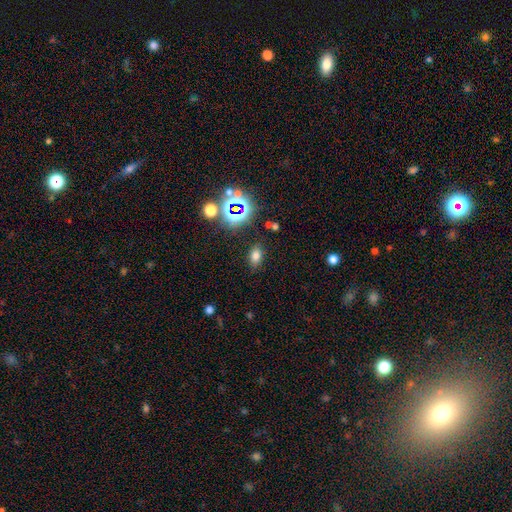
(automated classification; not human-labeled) smooth-or-featured: smooth: 69% | star or artifact: 22% | featured or disk: 8%
  how-rounded: in between: 83% | round: 15% | cigar-shaped: 2%
  merging: none: 83% | minor disturbance: 11% | major disturbance: 4% | merger: 3%